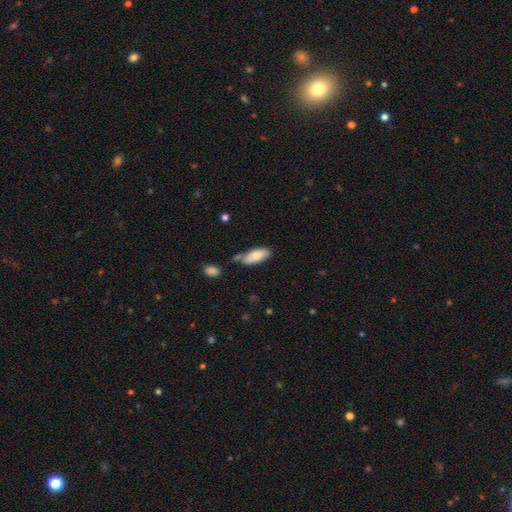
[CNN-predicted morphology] Smooth or featured: smooth — 80% (featured or disk — 14%)
How rounded: in between — 84% (cigar-shaped — 14%)
Merging: none — 58% (minor disturbance — 23%)